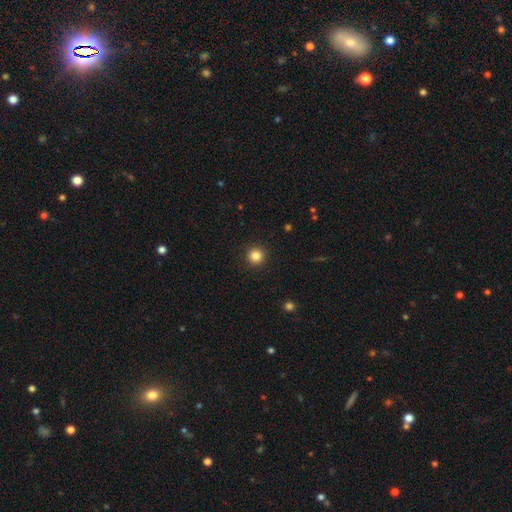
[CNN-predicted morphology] smooth 84%, star or artifact 12%, featured or disk 4%. Down the decision tree: how rounded — round (96%); merging — none (93%).